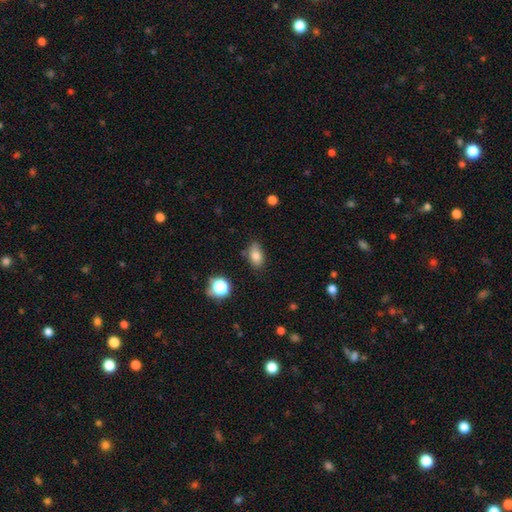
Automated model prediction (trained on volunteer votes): This is likely a smooth galaxy (80%). How rounded: clearly in between (86%). Merging: likely none (76%).